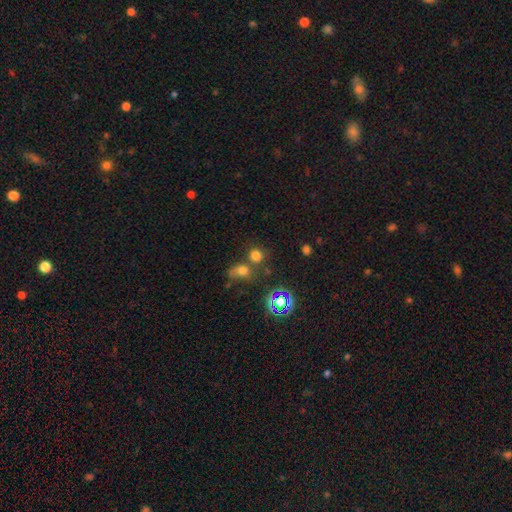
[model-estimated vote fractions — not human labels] A smooth galaxy with no disk features (67%) that is round (80%). Merging: none (56%).